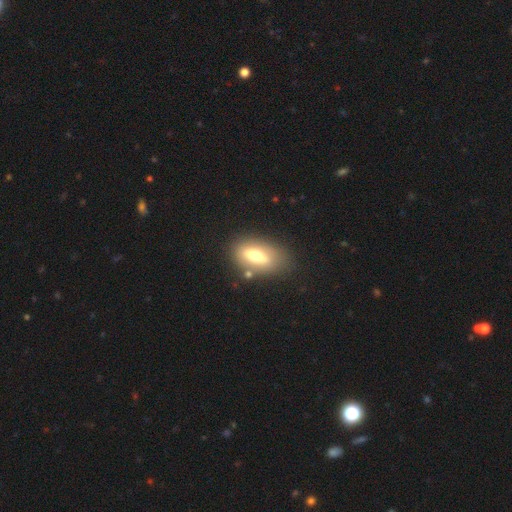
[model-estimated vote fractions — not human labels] Morphology: type=smooth (63%); roundness=in between (83%); merging=none (72%).